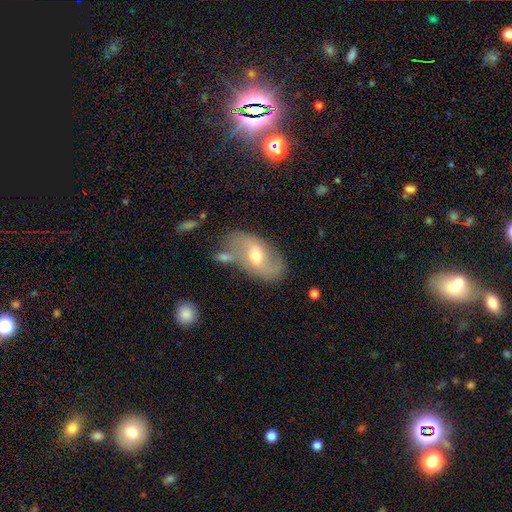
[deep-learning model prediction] Smooth or featured: featured or disk — 64% (smooth — 29%)
Edge-on disk: no — 93% (yes — 7%)
Bar: weak — 50% (no — 31%)
Spiral arms: yes — 77% (no — 23%)
Bulge size: moderate — 70% (small — 22%)
Merging: none — 64% (minor disturbance — 18%)